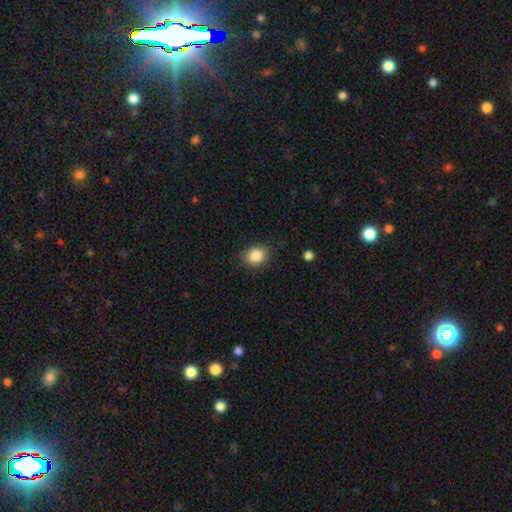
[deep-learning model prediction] smooth_or_featured: smooth (p=0.86) [alt: star or artifact p=0.09]
how_rounded: round (p=0.58) [alt: in between p=0.41]
merging: none (p=0.85) [alt: minor disturbance p=0.11]